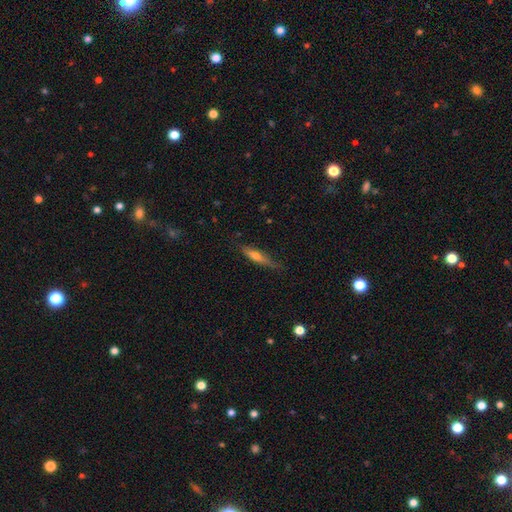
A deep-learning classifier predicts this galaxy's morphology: Q: Smooth or featured?
A: smooth (47%); runner-up: featured or disk (46%)
Q: Merging?
A: none (75%); runner-up: minor disturbance (20%)